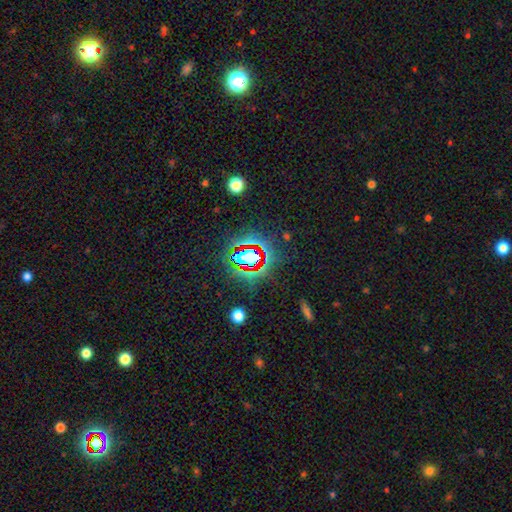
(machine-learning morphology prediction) The model was most divided on "smooth or featured": star or artifact: 73%, smooth: 17%, featured or disk: 11%.